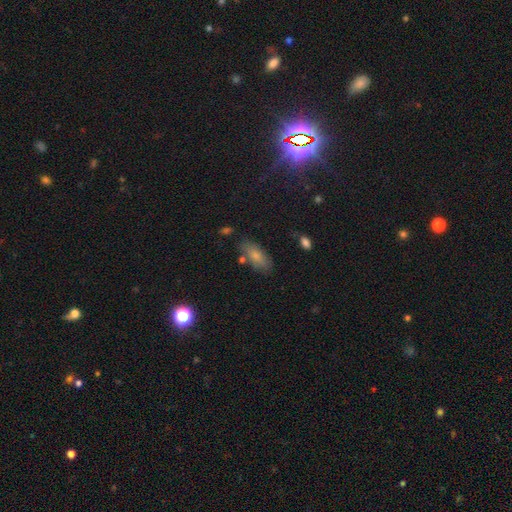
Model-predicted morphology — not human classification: Smooth or featured? smooth (79%)
How rounded? in between (85%)
Merging? none (73%)